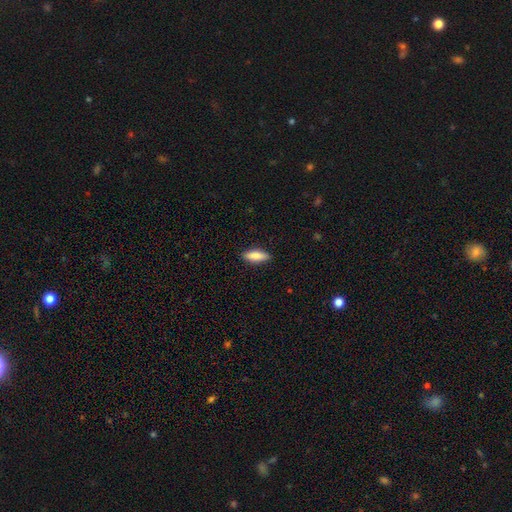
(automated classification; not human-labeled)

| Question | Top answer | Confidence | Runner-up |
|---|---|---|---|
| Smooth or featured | smooth | 83% | featured or disk (11%) |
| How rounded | in between | 63% | cigar-shaped (35%) |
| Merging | none | 88% | minor disturbance (9%) |